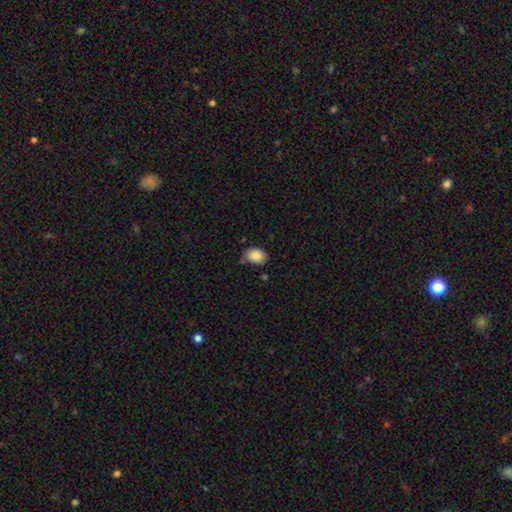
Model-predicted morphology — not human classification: smooth 88%, star or artifact 8%, featured or disk 4%. Down the decision tree: how rounded — in between (68%); merging — none (65%).